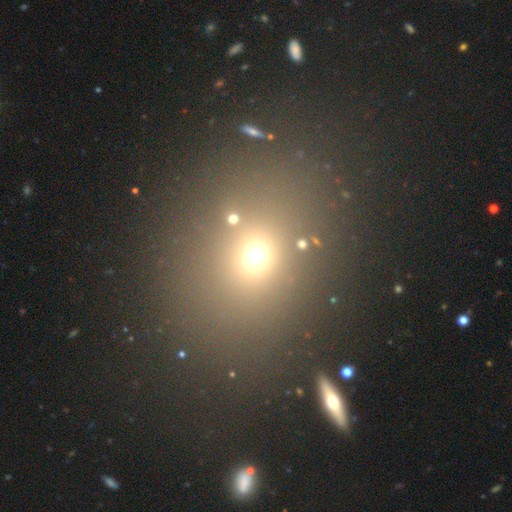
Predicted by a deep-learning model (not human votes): Smooth or featured? smooth (64%)
How rounded? round (60%)
Merging? none (78%)